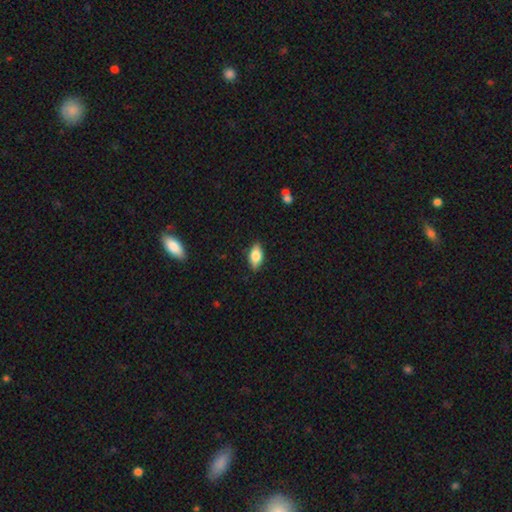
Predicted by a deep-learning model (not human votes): Smooth or featured? smooth (68%)
How rounded? in between (85%)
Merging? none (85%)